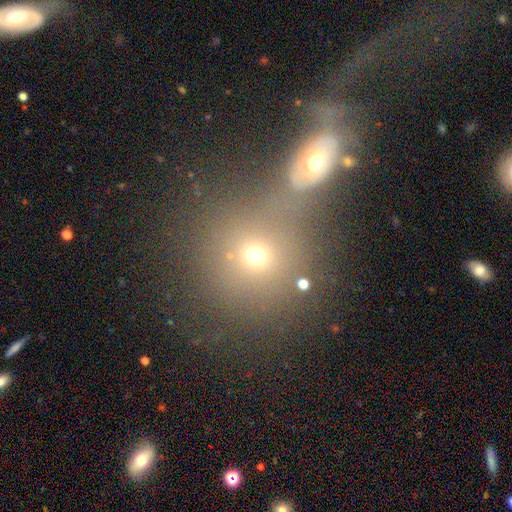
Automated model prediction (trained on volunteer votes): Smooth or featured?
  - smooth: 62% *
  - star or artifact: 21%
  - featured or disk: 17%
How rounded?
  - round: 84% *
  - in between: 15%
  - cigar-shaped: 1%
Merging?
  - none: 48% *
  - merger: 37%
  - minor disturbance: 9%
  - major disturbance: 6%